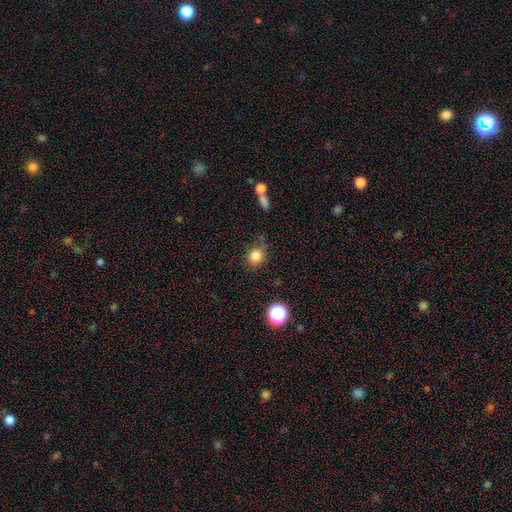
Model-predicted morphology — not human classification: This is clearly a smooth galaxy (83%). How rounded: likely round (71%). Merging: likely none (68%).